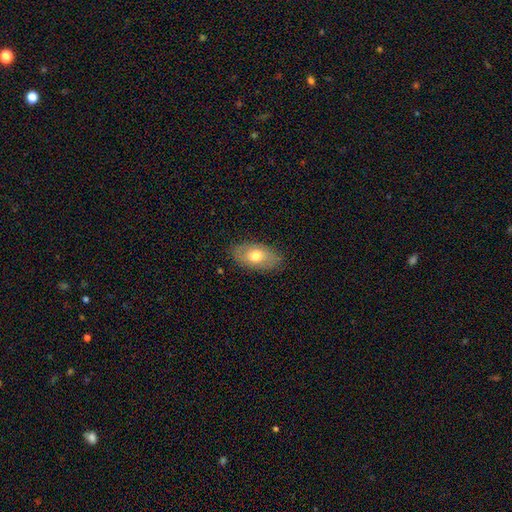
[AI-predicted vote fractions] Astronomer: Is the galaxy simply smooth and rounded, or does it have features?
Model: smooth — 66%.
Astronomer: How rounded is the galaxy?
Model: in between — 92%.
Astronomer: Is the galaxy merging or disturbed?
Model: none — 83%.